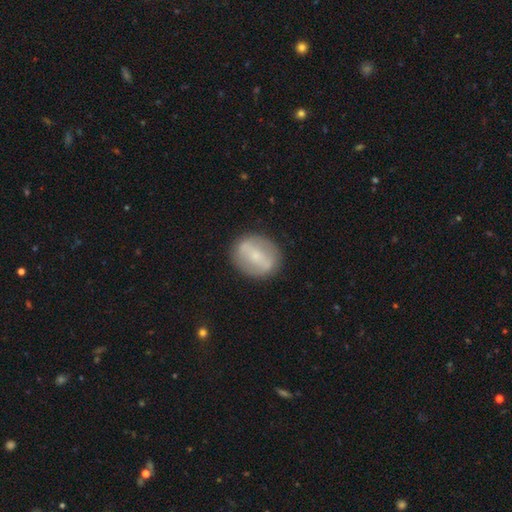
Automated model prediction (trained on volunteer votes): This appears to be a featured or disk galaxy (52%). Merging: none (84%).